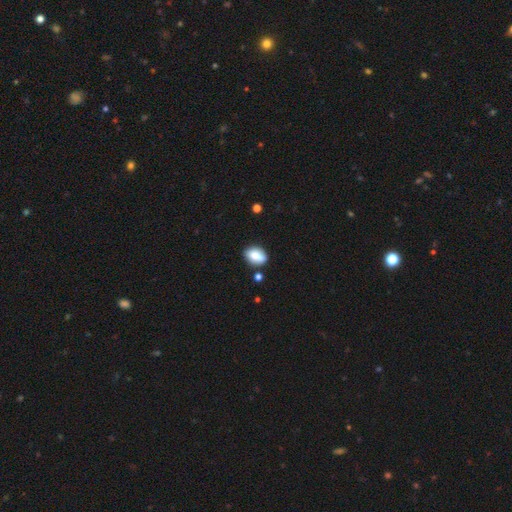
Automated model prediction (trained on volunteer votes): Smooth or featured: smooth — 80% (featured or disk — 12%)
How rounded: in between — 80% (round — 18%)
Merging: none — 76% (minor disturbance — 16%)